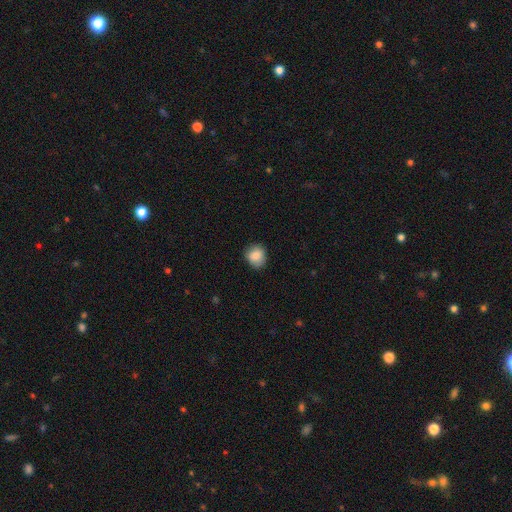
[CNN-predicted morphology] This is clearly a smooth galaxy (86%). How rounded: likely round (74%). Merging: clearly none (82%).